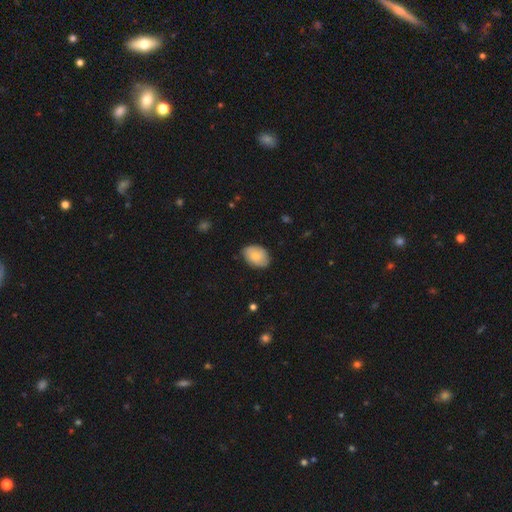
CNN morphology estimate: type=smooth (81%); roundness=in between (85%); merging=none (79%).